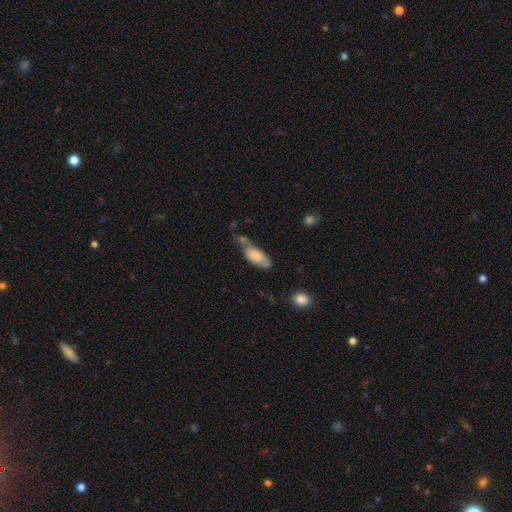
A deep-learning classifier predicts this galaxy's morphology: The model was most divided on "merging": none: 36%, minor disturbance: 28%, merger: 24%, major disturbance: 12%. More confident: how rounded — in between (78%); smooth or featured — smooth (74%).